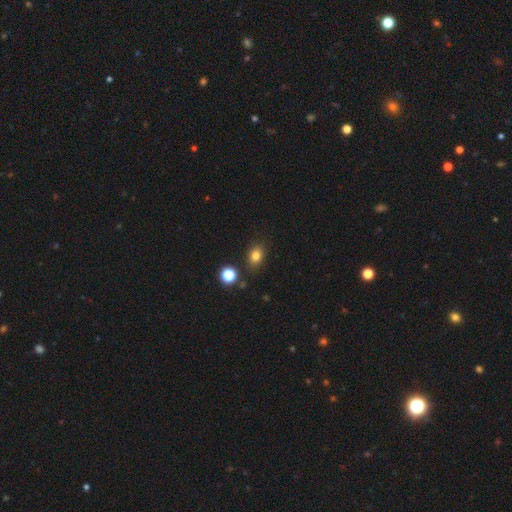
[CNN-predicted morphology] This appears to be a smooth galaxy with no disk features (80%) that is in between round and cigar-shaped (63%). Merging: none (82%).